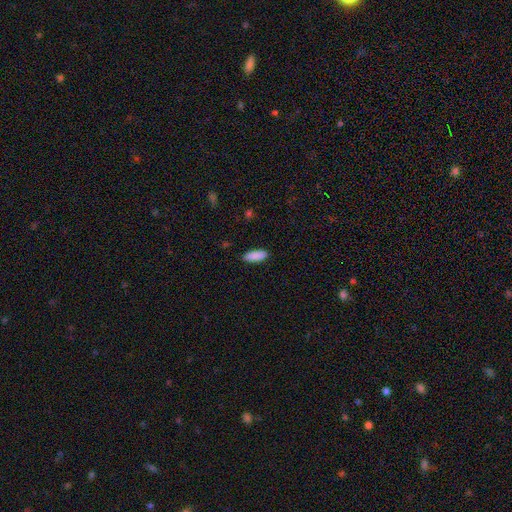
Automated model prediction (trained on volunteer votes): The model was most divided on "how rounded": in between: 73%, cigar-shaped: 25%, round: 2%. More confident: smooth or featured — smooth (90%); merging — none (89%).